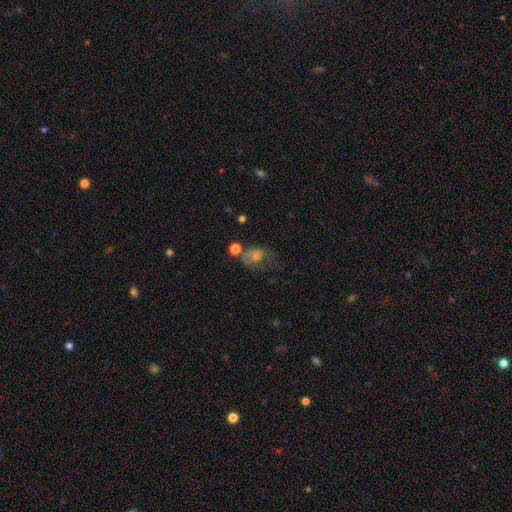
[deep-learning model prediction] smooth_or_featured: smooth (p=0.40) [alt: featured or disk p=0.39]
merging: none (p=0.39) [alt: major disturbance p=0.26]